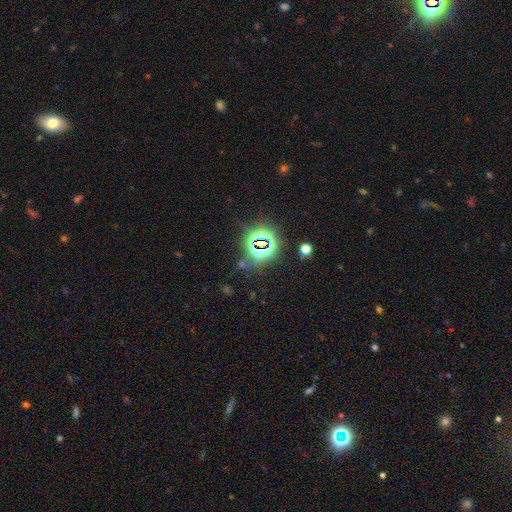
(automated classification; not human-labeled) Q: Smooth or featured?
A: star or artifact (79%); runner-up: smooth (13%)